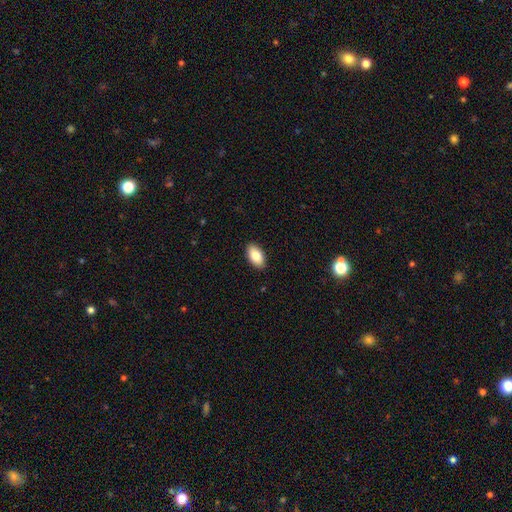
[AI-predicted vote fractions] Morphology: type=smooth (83%); roundness=in between (94%); merging=none (90%).